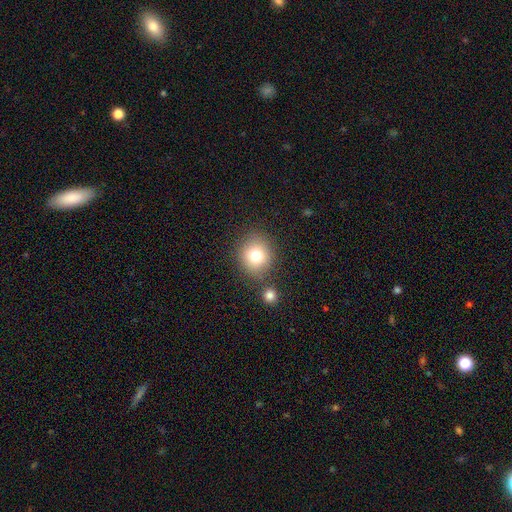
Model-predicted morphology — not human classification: smooth 78%, star or artifact 12%, featured or disk 10%. Down the decision tree: how rounded — round (82%); merging — none (76%).